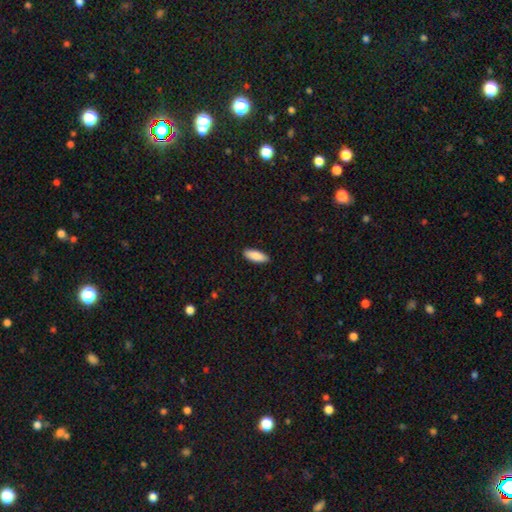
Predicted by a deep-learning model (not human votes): Smooth or featured? Predicted: smooth (p=0.89). How rounded? Predicted: in between (p=0.72). Merging? Predicted: none (p=0.89).